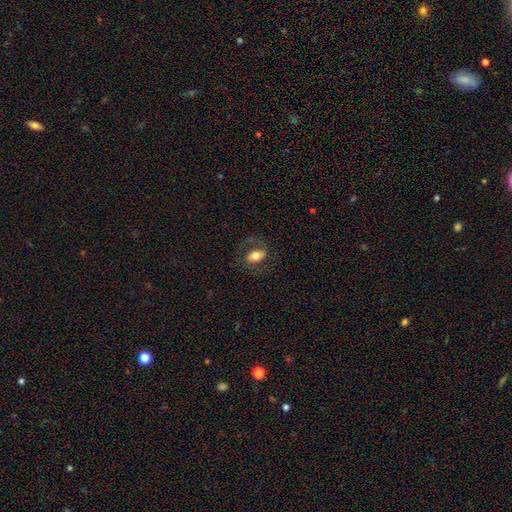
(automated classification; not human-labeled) This is possibly a smooth galaxy (54%). How rounded: clearly in between (83%). Merging: likely none (69%).